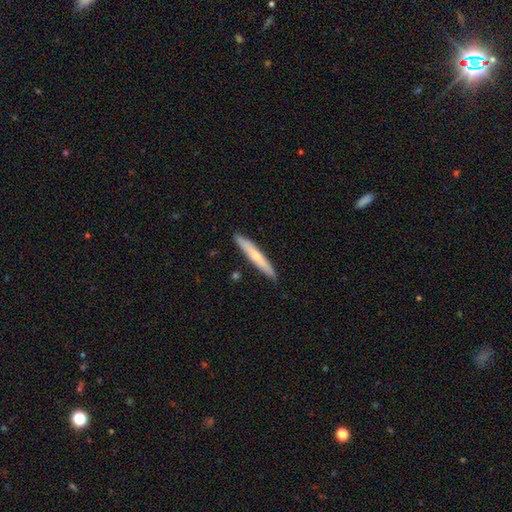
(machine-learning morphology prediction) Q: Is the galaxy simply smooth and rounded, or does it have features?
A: smooth — 58%.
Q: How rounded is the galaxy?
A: cigar-shaped — 95%.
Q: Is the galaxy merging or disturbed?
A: none — 89%.